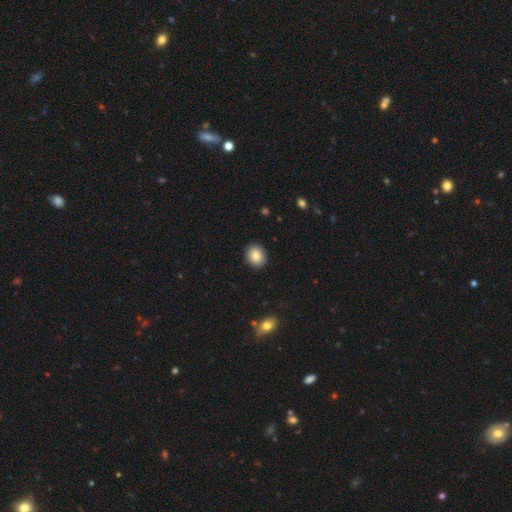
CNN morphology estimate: A smooth galaxy with no disk features (84%) that is round (65%). Merging: none (91%).